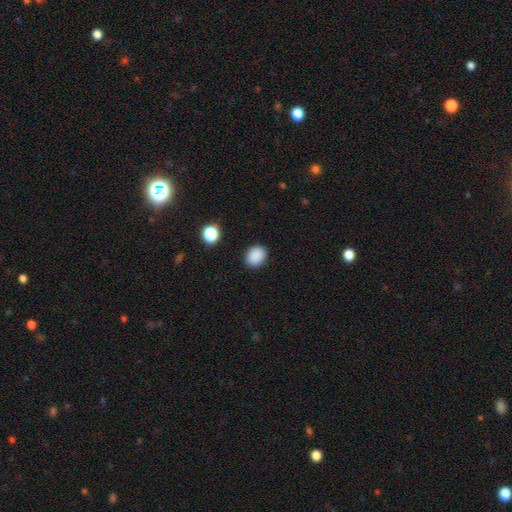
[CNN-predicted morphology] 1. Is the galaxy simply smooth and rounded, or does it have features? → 88% smooth, 10% star or artifact, 3% featured or disk.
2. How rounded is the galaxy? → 56% round, 43% in between, 1% cigar-shaped.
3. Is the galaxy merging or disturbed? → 88% none, 8% minor disturbance, 2% major disturbance, 1% merger.